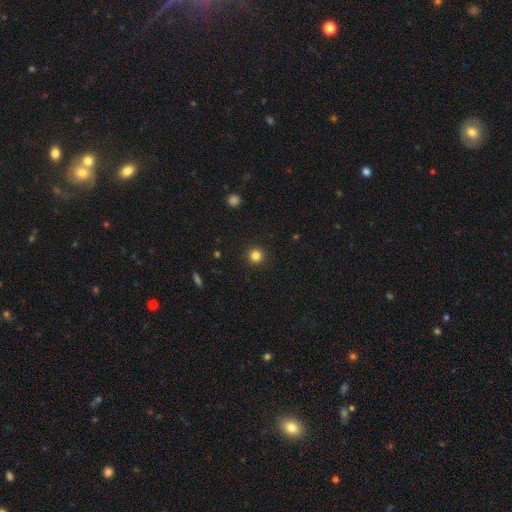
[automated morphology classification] A smooth galaxy with no disk features (83%) that is round (95%). Merging: none (93%).